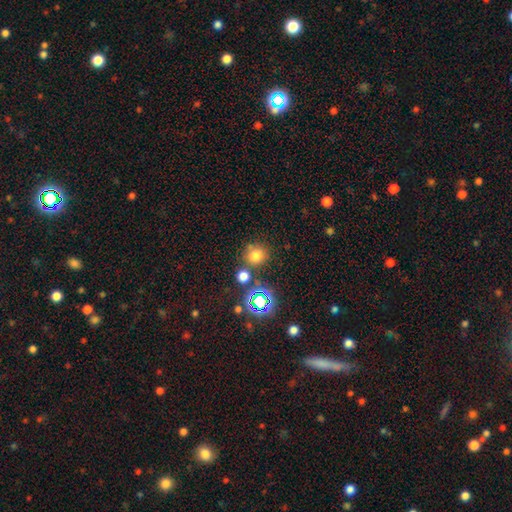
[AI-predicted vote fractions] Q: Smooth or featured?
A: smooth (72%); runner-up: star or artifact (21%)
Q: How rounded?
A: round (86%); runner-up: in between (13%)
Q: Merging?
A: none (72%); runner-up: merger (14%)